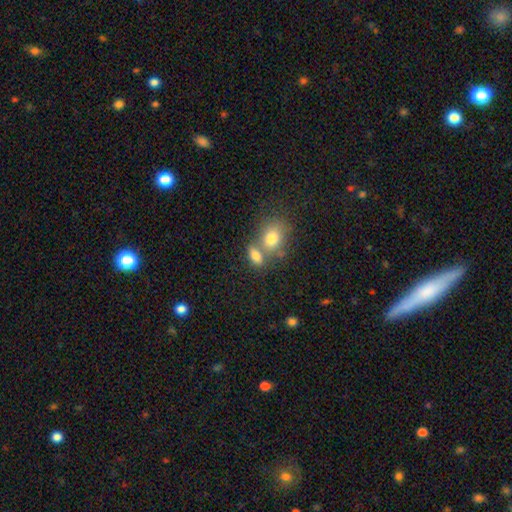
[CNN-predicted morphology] Smooth or featured: smooth — 78% (featured or disk — 12%)
How rounded: in between — 78% (round — 16%)
Merging: merger — 45% (none — 40%)